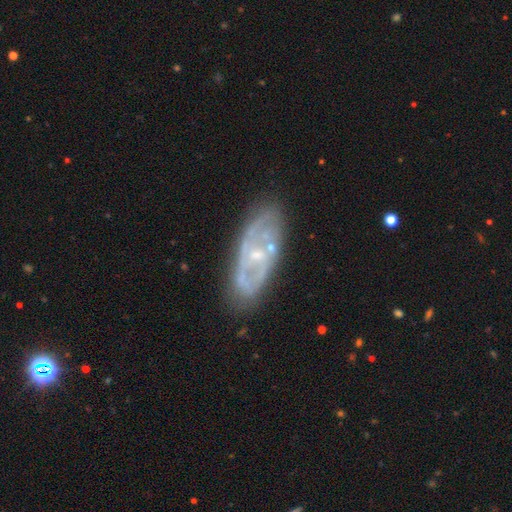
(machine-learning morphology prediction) smooth_or_featured: featured or disk (p=0.75) [alt: smooth p=0.18]
disk_edge_on: no (p=0.88) [alt: yes p=0.12]
bar: no (p=0.61) [alt: weak p=0.30]
has_spiral_arms: yes (p=0.58) [alt: no p=0.42]
bulge_size: small (p=0.67) [alt: moderate p=0.24]
merging: none (p=0.72) [alt: minor disturbance p=0.17]